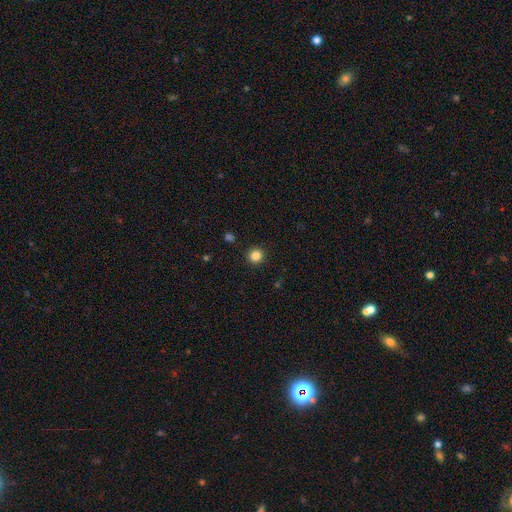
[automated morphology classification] A smooth galaxy with no disk features (85%) that is round (94%). Merging: none (92%).